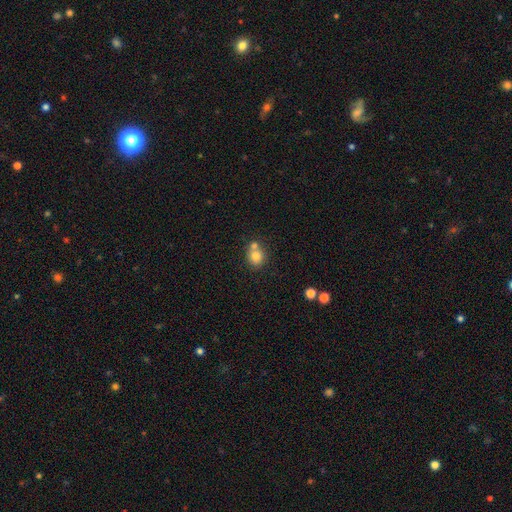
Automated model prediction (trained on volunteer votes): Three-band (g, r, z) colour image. It shows a smooth galaxy with no disk features (78%) that is round (76%). Merging: none (48%).